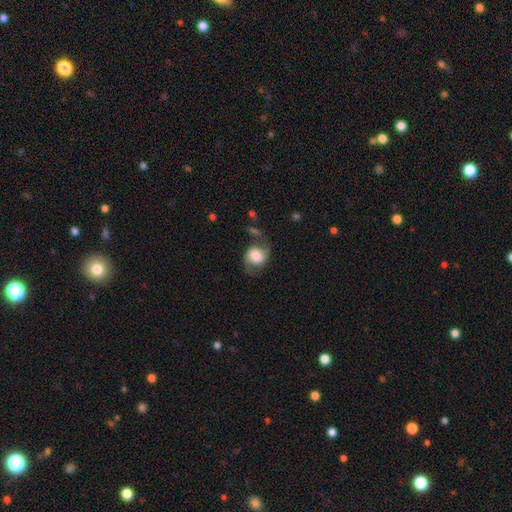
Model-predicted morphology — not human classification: featured or disk 49%, smooth 43%, star or artifact 8%. Down the decision tree: merging — none (58%).